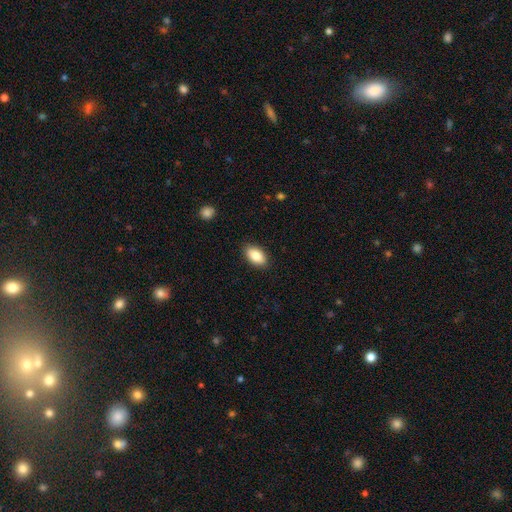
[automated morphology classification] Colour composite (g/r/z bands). It shows a smooth galaxy with no disk features (86%) that is in between round and cigar-shaped (93%). Merging: none (89%).